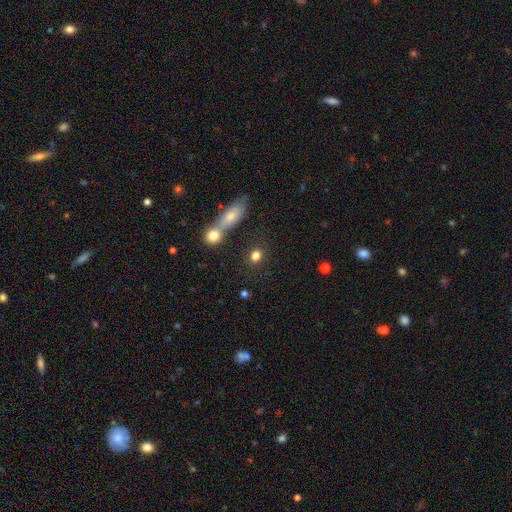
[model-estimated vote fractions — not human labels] smooth_or_featured: smooth (p=0.81) [alt: star or artifact p=0.12]
how_rounded: round (p=0.69) [alt: in between p=0.28]
merging: none (p=0.70) [alt: merger p=0.17]